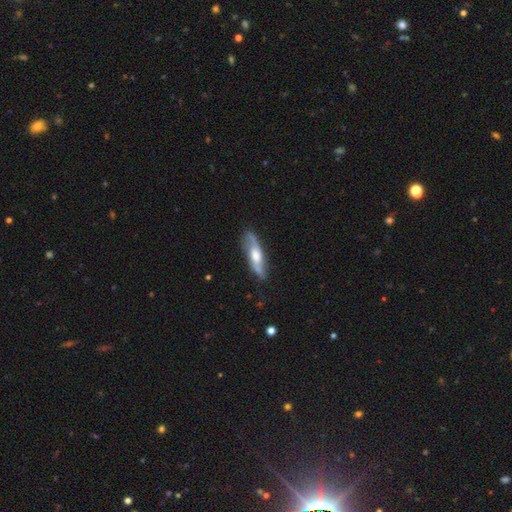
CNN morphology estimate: This appears to be a featured or disk galaxy (70%). Merging: none (80%).